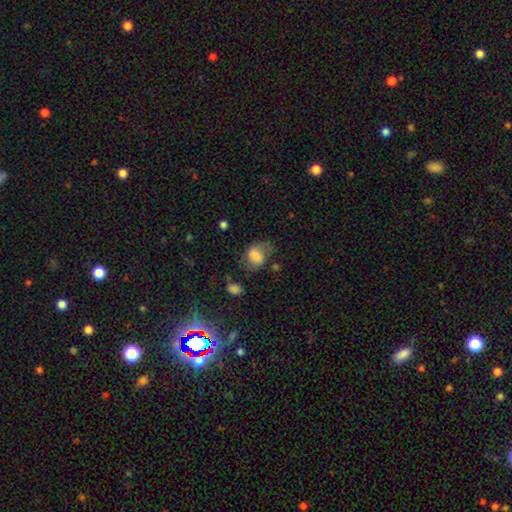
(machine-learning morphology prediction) The model was most divided on "how rounded": in between: 55%, round: 44%, cigar-shaped: 1%. Remaining: smooth or featured — smooth (66%); merging — none (40%).